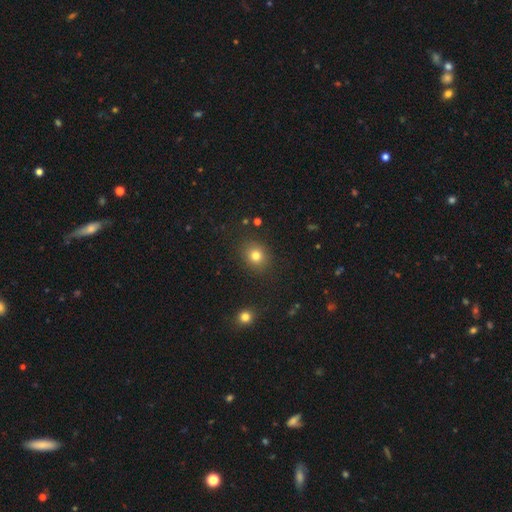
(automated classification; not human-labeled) Overall: smooth (79%). How rounded: round (74%). Merging: none (87%).